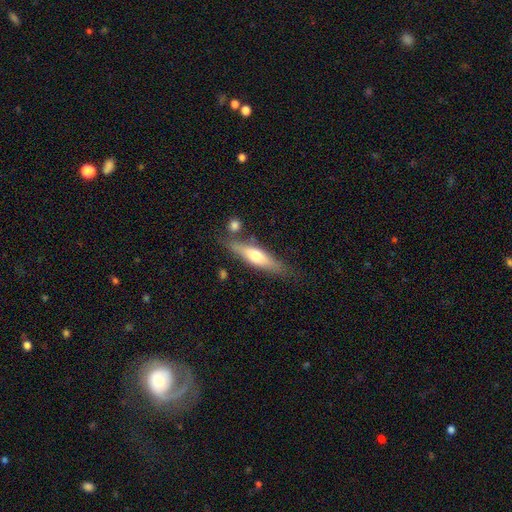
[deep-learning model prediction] Smooth or featured? smooth (49%)
Merging? none (73%)